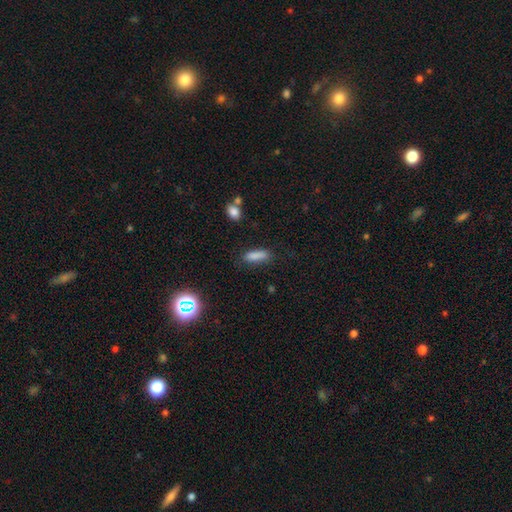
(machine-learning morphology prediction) Overall: smooth (83%). How rounded: in between (51%; cigar-shaped 47%). Merging: none (72%).